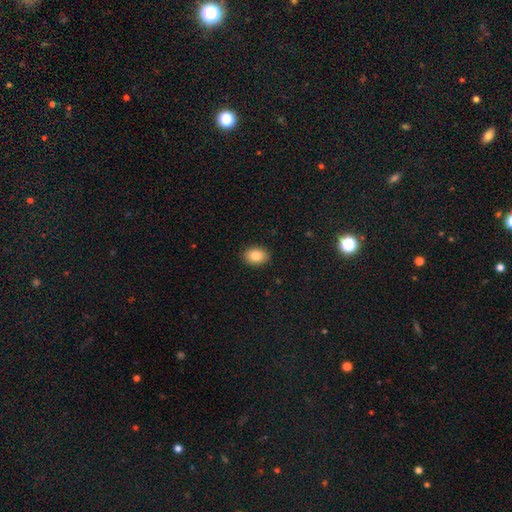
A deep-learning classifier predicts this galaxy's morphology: Smooth or featured? Predicted: smooth (p=0.86). How rounded? Predicted: in between (p=0.71). Merging? Predicted: none (p=0.90).